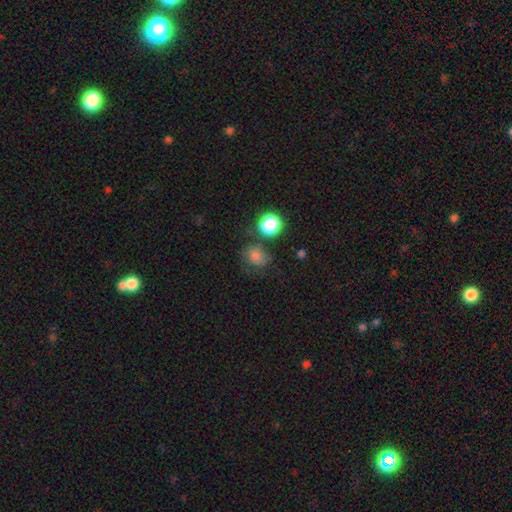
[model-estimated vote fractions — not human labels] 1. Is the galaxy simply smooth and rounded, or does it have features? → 74% smooth, 15% star or artifact, 11% featured or disk.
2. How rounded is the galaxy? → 65% round, 34% in between, 1% cigar-shaped.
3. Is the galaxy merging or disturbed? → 56% none, 22% minor disturbance, 12% major disturbance, 10% merger.